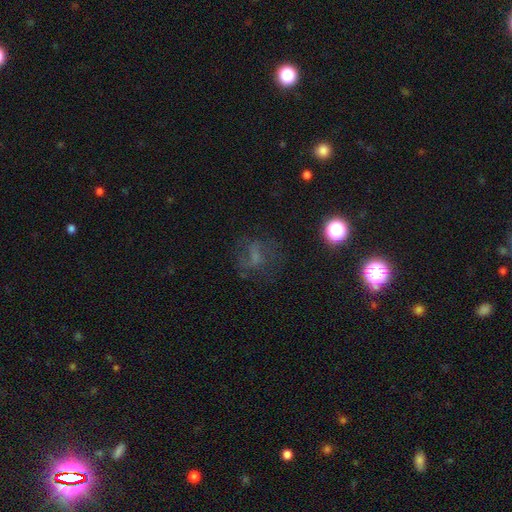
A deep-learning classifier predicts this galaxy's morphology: type=featured or disk (39%); merging=none (57%).